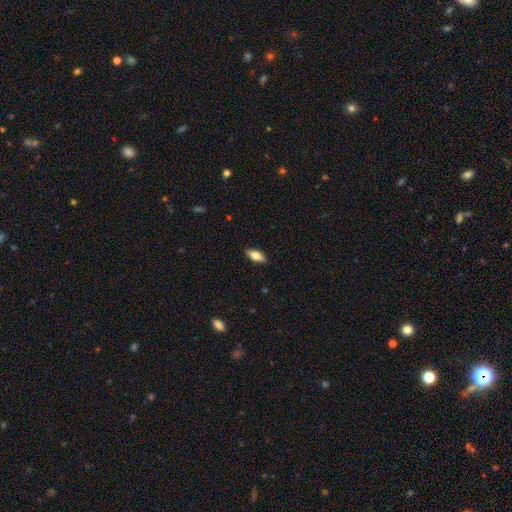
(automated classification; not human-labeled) This is likely a smooth galaxy (65%). How rounded: likely in between (77%). Merging: clearly none (89%).